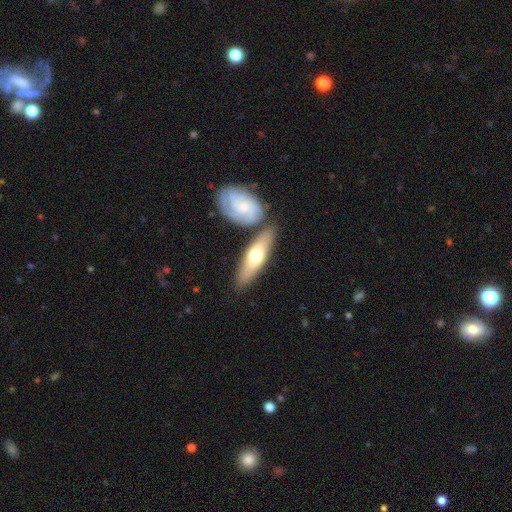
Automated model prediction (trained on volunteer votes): smooth 52%, featured or disk 44%, star or artifact 5%. Down the decision tree: how rounded — cigar-shaped (52%); merging — none (68%).